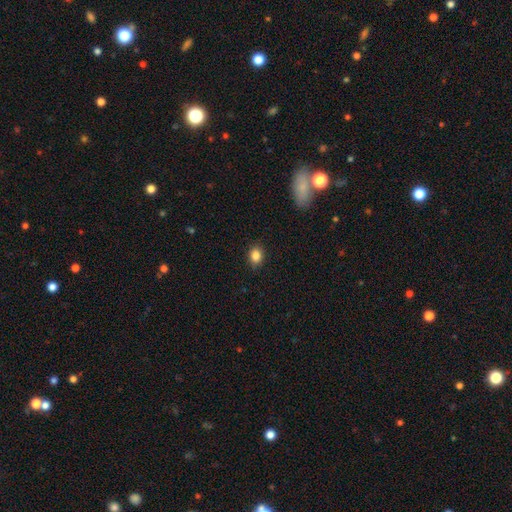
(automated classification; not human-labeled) A smooth galaxy with no disk features (86%) that is in between round and cigar-shaped (51%).

Vote fractions:
- Smooth or featured? smooth: 86% / star or artifact: 10% / featured or disk: 5%
- How rounded? in between: 51% / round: 48% / cigar-shaped: 1%
- Merging? none: 87% / minor disturbance: 10% / major disturbance: 2% / merger: 1%